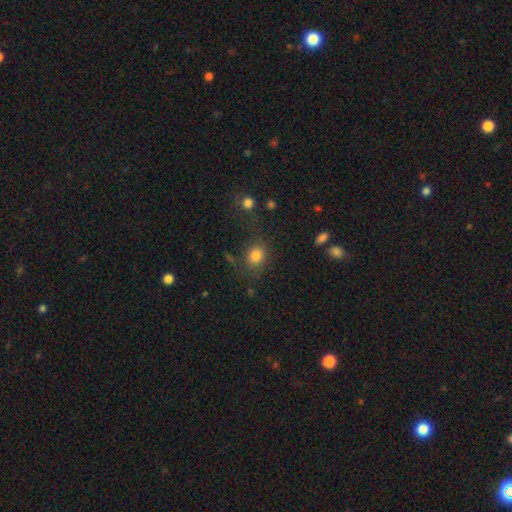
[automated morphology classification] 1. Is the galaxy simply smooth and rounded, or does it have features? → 81% smooth, 12% star or artifact, 7% featured or disk.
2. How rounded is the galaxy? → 69% round, 30% in between, 1% cigar-shaped.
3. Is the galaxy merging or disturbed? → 73% none, 14% minor disturbance, 8% major disturbance, 6% merger.